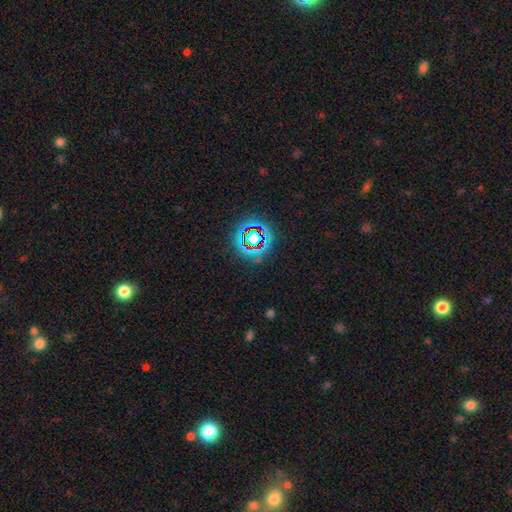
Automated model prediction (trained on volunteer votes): Morphology: type=star or artifact (76%).